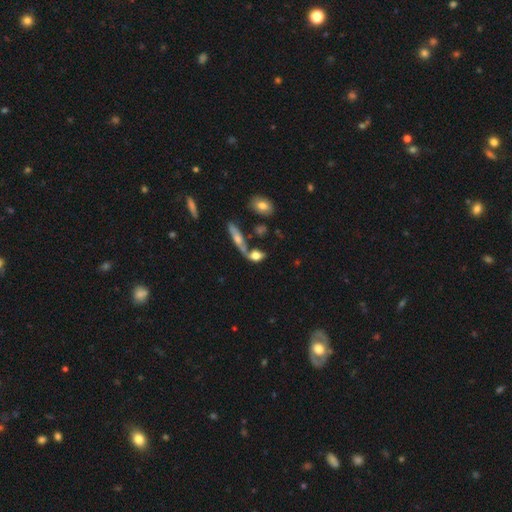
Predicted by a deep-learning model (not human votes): This is likely a smooth galaxy (61%). How rounded: likely in between (64%). Merging: marginally merger (39%).